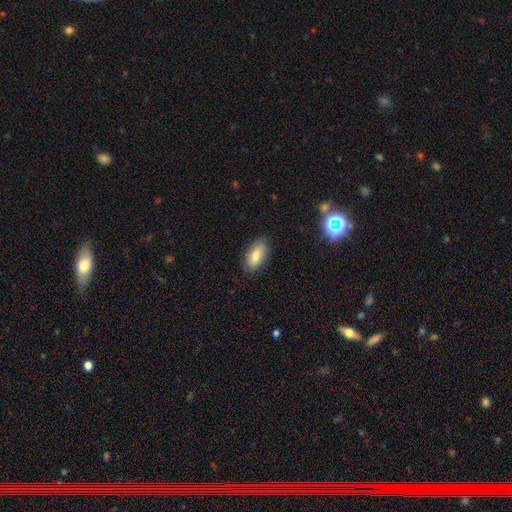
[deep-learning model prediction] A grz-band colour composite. It shows a smooth galaxy with no disk features (73%) that is in between round and cigar-shaped (88%). Merging: none (83%).